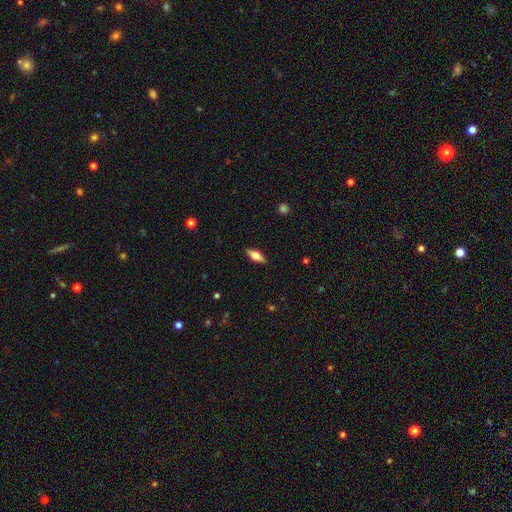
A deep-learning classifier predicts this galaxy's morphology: This appears to be a smooth galaxy with no disk features (48%). Merging: none (89%).